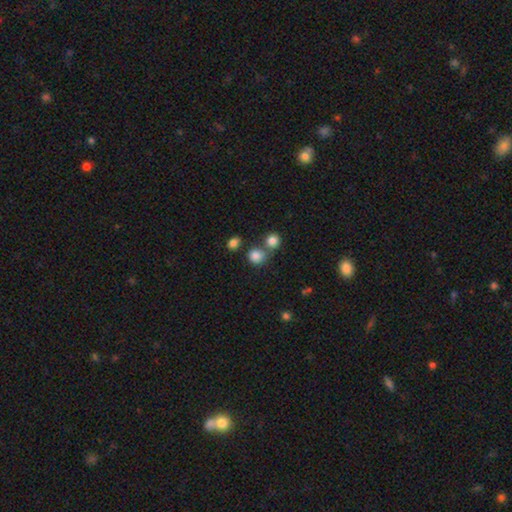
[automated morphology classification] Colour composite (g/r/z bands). It shows a smooth galaxy with no disk features (82%) that is round (85%). Merging: none (61%).